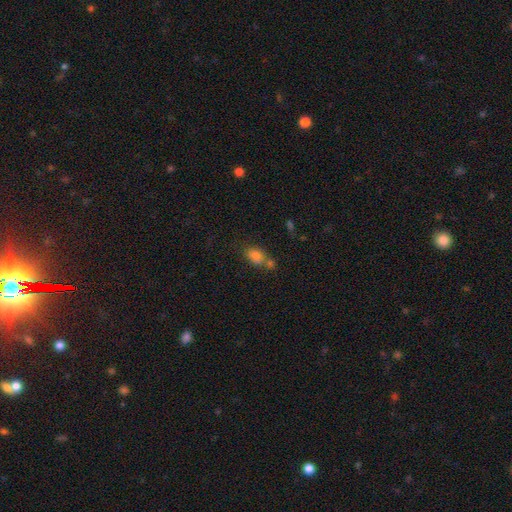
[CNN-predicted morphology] This appears to be a smooth galaxy with no disk features (80%) that is in between round and cigar-shaped (67%). Merging: none (46%).